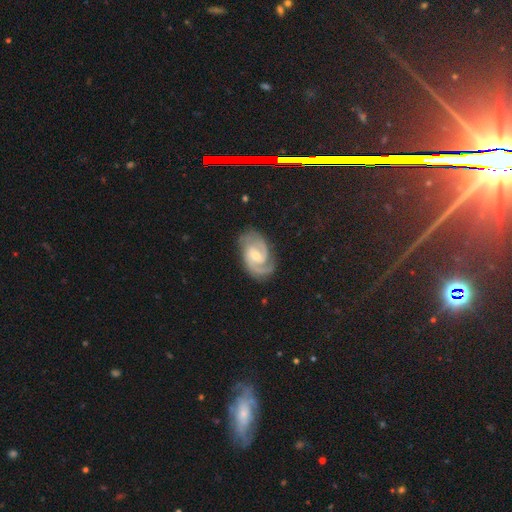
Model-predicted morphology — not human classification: Smooth or featured: featured or disk — 90% (smooth — 5%)
Edge-on disk: no — 98% (yes — 2%)
Bar: weak — 47% (no — 41%)
Spiral arms: yes — 98% (no — 2%)
Spiral winding: medium — 48% (tight — 44%)
Spiral arm count: 2 — 80% (3 — 9%)
Bulge size: small — 50% (moderate — 46%)
Merging: none — 76% (minor disturbance — 17%)